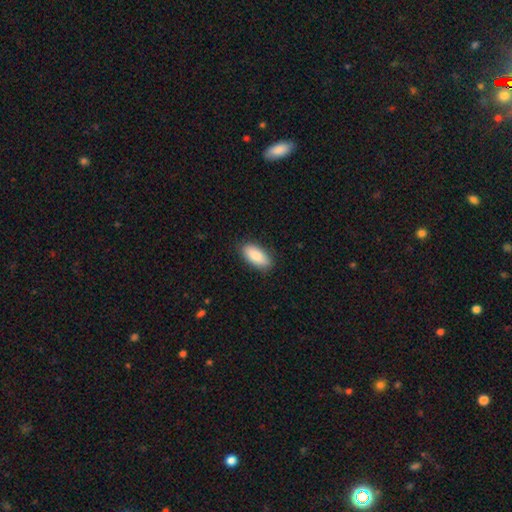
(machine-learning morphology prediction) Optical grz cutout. It shows a smooth galaxy with no disk features (89%) that is in between round and cigar-shaped (89%). Merging: none (88%).